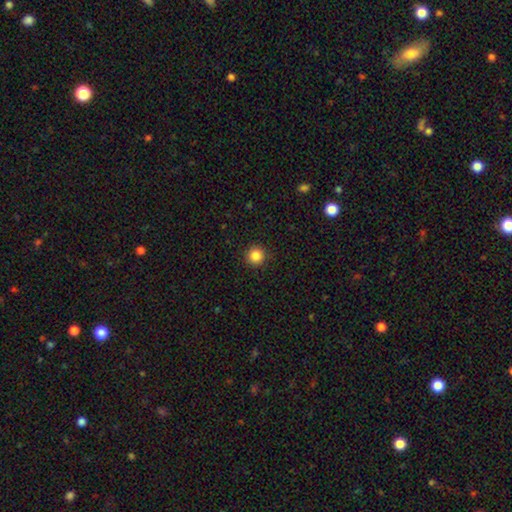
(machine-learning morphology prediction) The model was most divided on "smooth or featured": smooth: 85%, star or artifact: 11%, featured or disk: 4%. More confident: how rounded — round (95%); merging — none (92%).